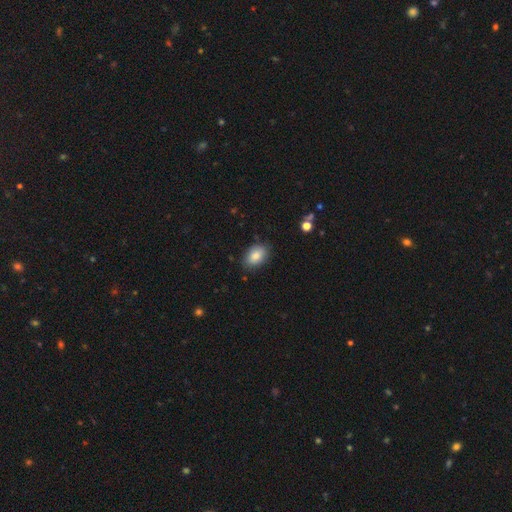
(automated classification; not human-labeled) The model was most divided on "merging": none: 84%, minor disturbance: 12%, major disturbance: 3%, merger: 1%. More confident: how rounded — in between (87%); smooth or featured — smooth (85%).